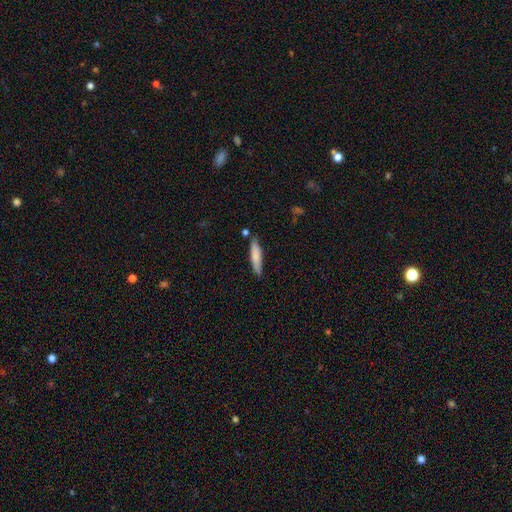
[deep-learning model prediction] Smooth or featured? Predicted: smooth (p=0.79). How rounded? Predicted: cigar-shaped (p=0.80). Merging? Predicted: none (p=0.78).